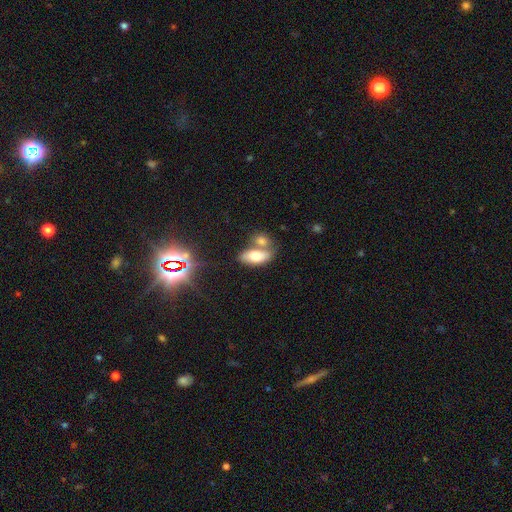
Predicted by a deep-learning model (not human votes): smooth_or_featured: smooth (p=0.69) [alt: featured or disk p=0.22]
how_rounded: in between (p=0.87) [alt: cigar-shaped p=0.09]
merging: none (p=0.43) [alt: merger p=0.42]